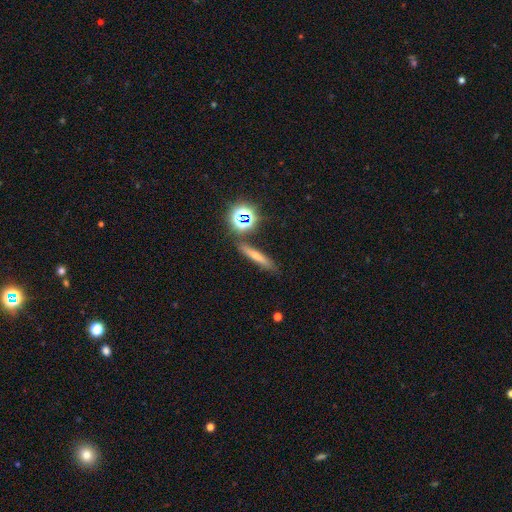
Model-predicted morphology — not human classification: Smooth or featured? Predicted: smooth (p=0.44). Merging? Predicted: none (p=0.82).